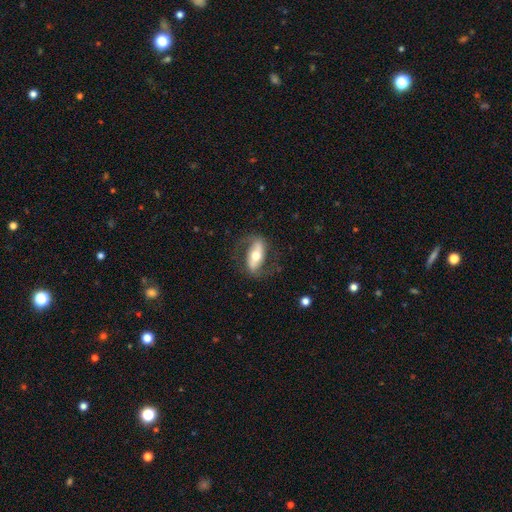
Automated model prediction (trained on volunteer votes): A featured or disk galaxy (62%) with a strong bar (49%), spiral arms (72%) and a moderate central bulge (68%).

Vote fractions:
- Smooth or featured? featured or disk: 62% / smooth: 32% / star or artifact: 6%
- Edge-on disk? no: 82% / yes: 18%
- Bar? strong: 49% / no: 29% / weak: 22%
- Spiral arms? yes: 72% / no: 28%
- Bulge size? moderate: 68% / small: 18% / large: 11% / dominant: 2% / none: 1%
- Merging? none: 71% / minor disturbance: 17% / major disturbance: 11% / merger: 1%